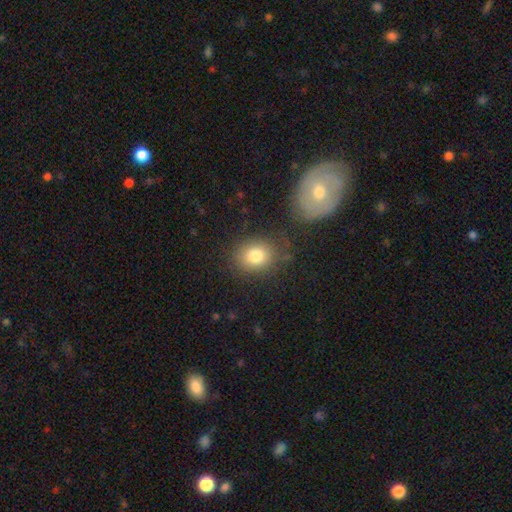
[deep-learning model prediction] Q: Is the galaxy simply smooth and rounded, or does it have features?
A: smooth — 80%.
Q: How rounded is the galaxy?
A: round — 63%.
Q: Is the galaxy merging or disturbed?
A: none — 79%.